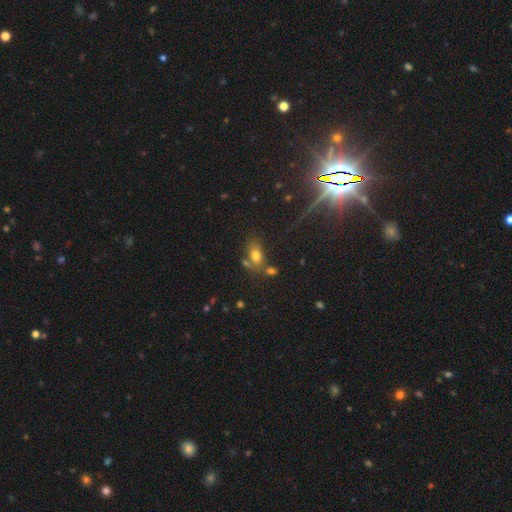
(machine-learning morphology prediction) This is likely a smooth galaxy (71%). How rounded: clearly in between (85%). Merging: possibly none (54%).